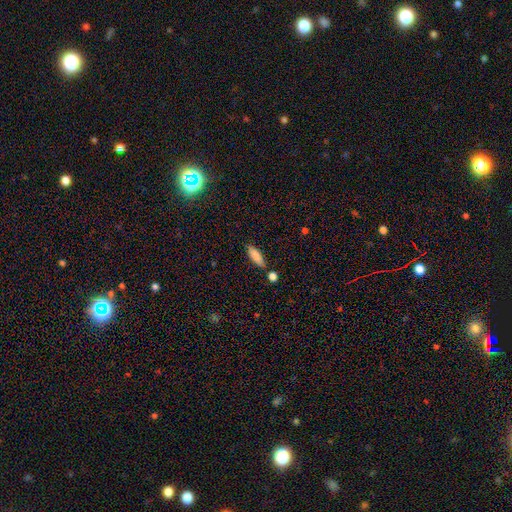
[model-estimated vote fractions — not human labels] smooth-or-featured: smooth: 83% | featured or disk: 10% | star or artifact: 7%
  how-rounded: in between: 55% | cigar-shaped: 43% | round: 2%
  merging: none: 78% | minor disturbance: 13% | merger: 6% | major disturbance: 3%